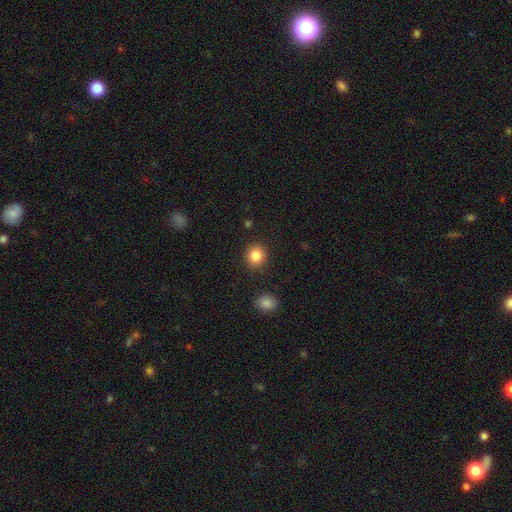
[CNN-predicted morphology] smooth_or_featured: smooth (p=0.85) [alt: star or artifact p=0.10]
how_rounded: round (p=0.88) [alt: in between p=0.11]
merging: none (p=0.90) [alt: minor disturbance p=0.06]